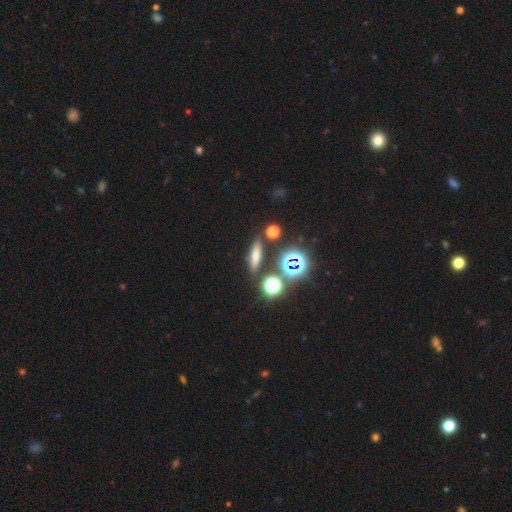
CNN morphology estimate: A smooth galaxy with no disk features (56%) that is cigar-shaped (61%).

Vote fractions:
- Smooth or featured? smooth: 56% / star or artifact: 25% / featured or disk: 19%
- How rounded? cigar-shaped: 61% / in between: 23% / round: 16%
- Merging? none: 83% / minor disturbance: 8% / merger: 5% / major disturbance: 3%